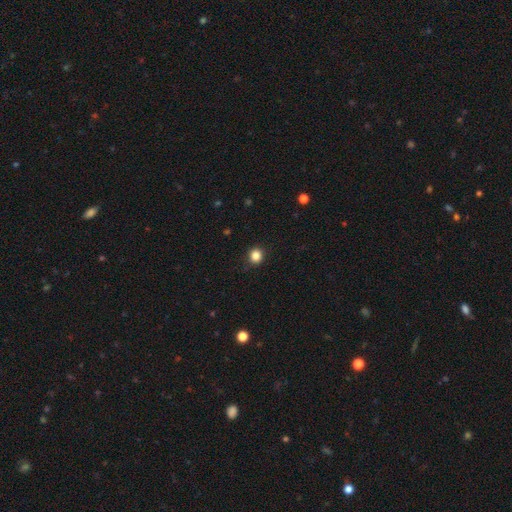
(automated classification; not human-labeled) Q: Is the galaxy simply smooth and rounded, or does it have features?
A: smooth — 84%.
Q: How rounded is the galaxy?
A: round — 87%.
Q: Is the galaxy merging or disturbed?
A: none — 89%.